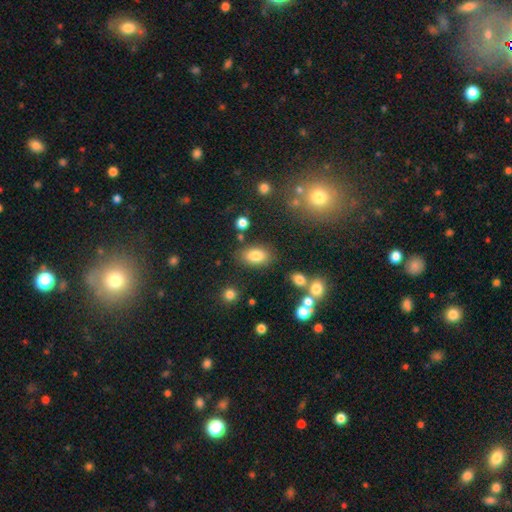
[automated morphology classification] A smooth galaxy with no disk features (81%) that is in between round and cigar-shaped (89%).

Vote fractions:
- Smooth or featured? smooth: 81% / star or artifact: 10% / featured or disk: 9%
- How rounded? in between: 89% / round: 9% / cigar-shaped: 2%
- Merging? none: 79% / minor disturbance: 12% / merger: 5% / major disturbance: 4%